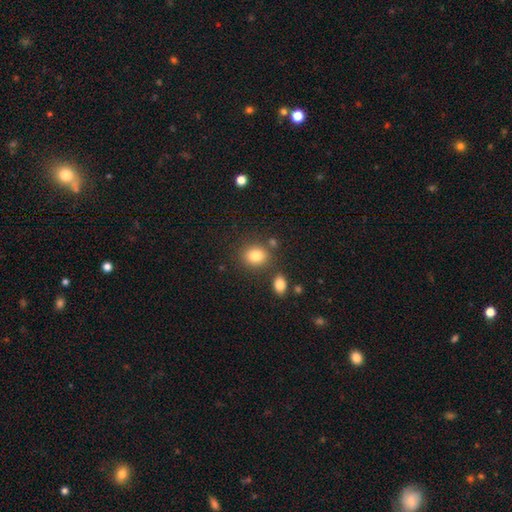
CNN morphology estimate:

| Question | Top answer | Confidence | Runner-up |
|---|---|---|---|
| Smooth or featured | smooth | 82% | star or artifact (11%) |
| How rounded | round | 65% | in between (34%) |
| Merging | none | 76% | minor disturbance (11%) |